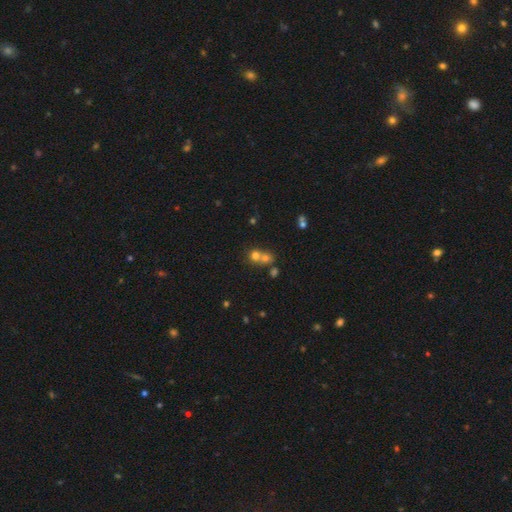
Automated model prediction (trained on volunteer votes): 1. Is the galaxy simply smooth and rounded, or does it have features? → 67% smooth, 17% star or artifact, 16% featured or disk.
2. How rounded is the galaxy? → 79% round, 20% in between, 1% cigar-shaped.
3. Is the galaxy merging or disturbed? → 56% merger, 35% none, 6% minor disturbance, 3% major disturbance.